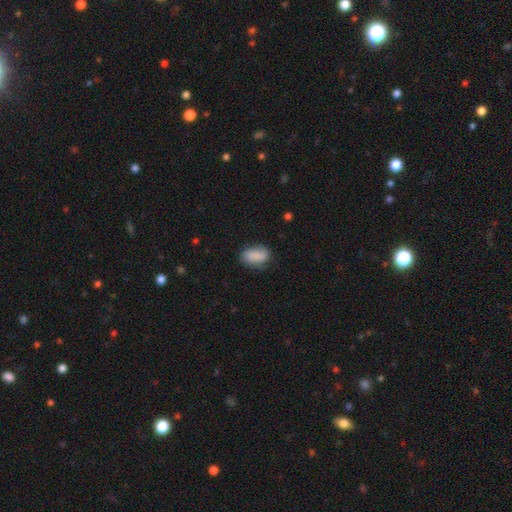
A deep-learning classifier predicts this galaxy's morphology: type=smooth (80%); roundness=in between (90%); merging=none (69%).